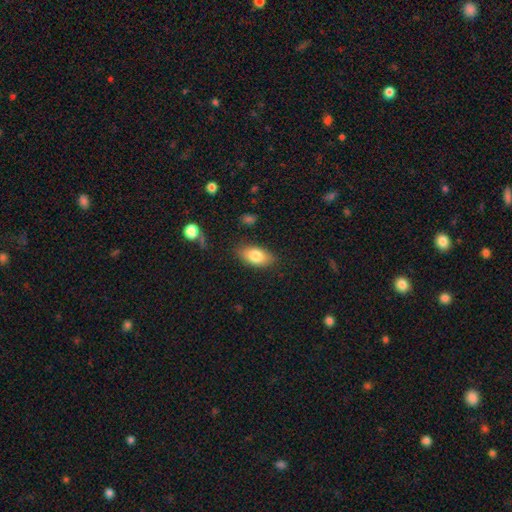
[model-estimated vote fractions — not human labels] The model was most divided on "merging": none: 82%, minor disturbance: 13%, major disturbance: 3%, merger: 2%. More confident: how rounded — in between (91%); smooth or featured — smooth (81%).